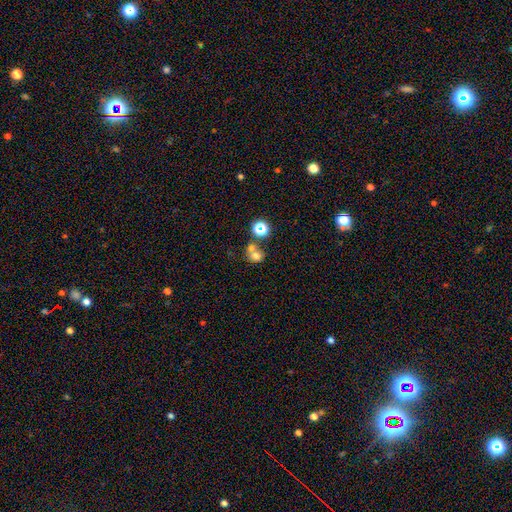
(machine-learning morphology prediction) type=smooth (66%); roundness=round (76%); merging=merger (49%).